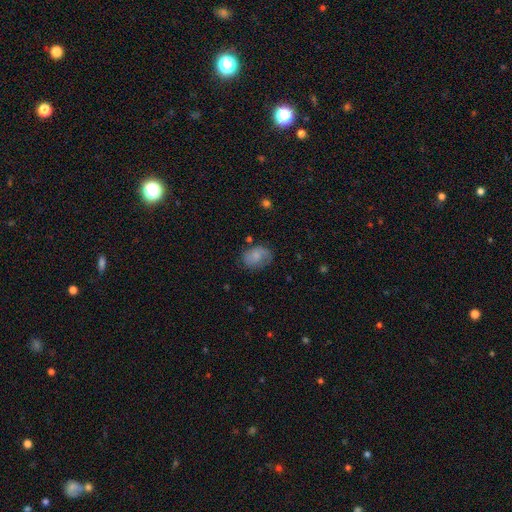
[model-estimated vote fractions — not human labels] Smooth or featured? smooth (55%)
How rounded? in between (64%)
Merging? none (56%)